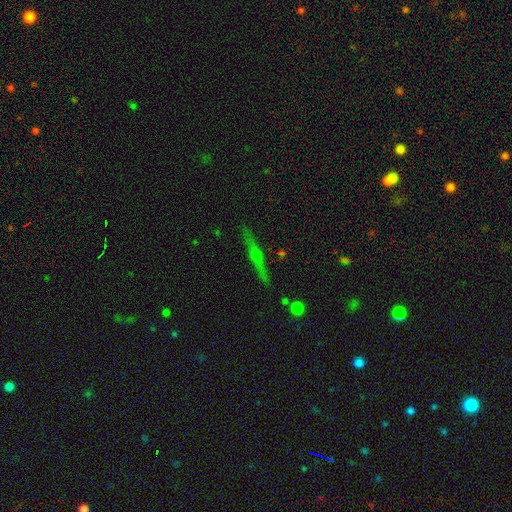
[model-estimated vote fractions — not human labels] Q: Smooth or featured?
A: featured or disk (67%); runner-up: smooth (22%)
Q: Edge-on disk?
A: yes (96%); runner-up: no (4%)
Q: Edge-on bulge?
A: rounded (84%); runner-up: none (10%)
Q: Merging?
A: none (86%); runner-up: minor disturbance (9%)